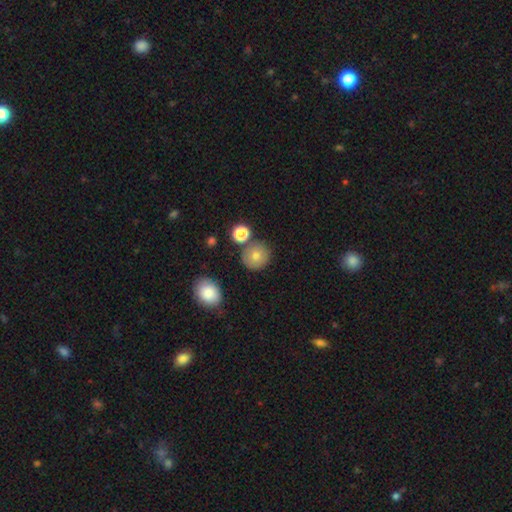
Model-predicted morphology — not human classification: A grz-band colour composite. It shows a smooth galaxy with no disk features (76%) that is round (89%). Merging: none (79%).